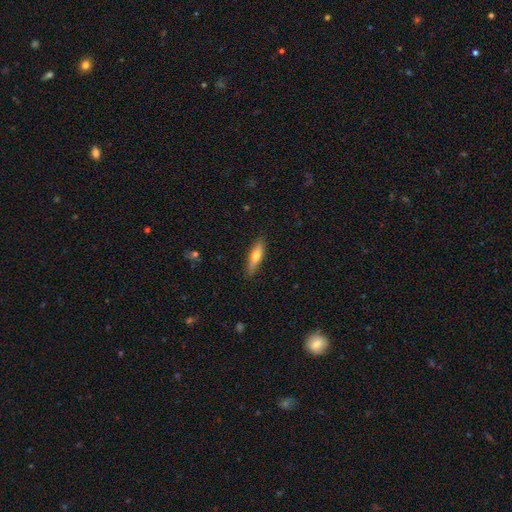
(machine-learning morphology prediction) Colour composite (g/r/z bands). It shows a smooth galaxy with no disk features (61%) that is cigar-shaped (63%). Merging: none (87%).